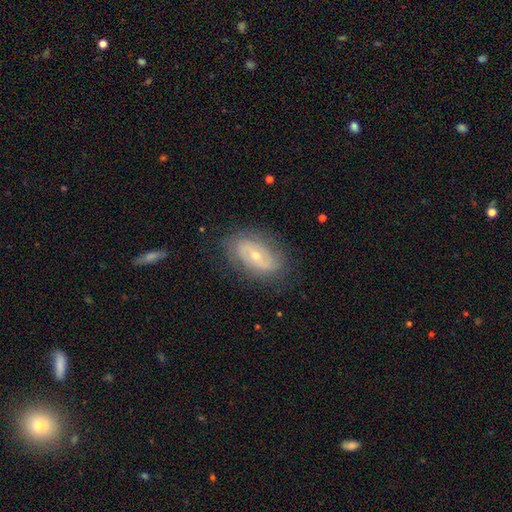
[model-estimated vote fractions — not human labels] Smooth or featured: featured or disk — 69% (smooth — 23%)
Edge-on disk: no — 93% (yes — 7%)
Bar: no — 56% (weak — 30%)
Spiral arms: yes — 65% (no — 35%)
Bulge size: small — 55% (moderate — 42%)
Merging: none — 78% (minor disturbance — 15%)